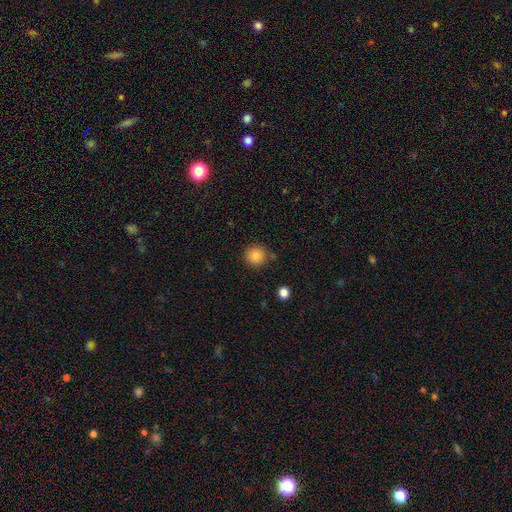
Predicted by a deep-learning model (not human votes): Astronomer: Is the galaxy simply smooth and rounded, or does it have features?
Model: smooth — 85%.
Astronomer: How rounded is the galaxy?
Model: round — 94%.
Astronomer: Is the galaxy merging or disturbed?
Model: none — 86%.